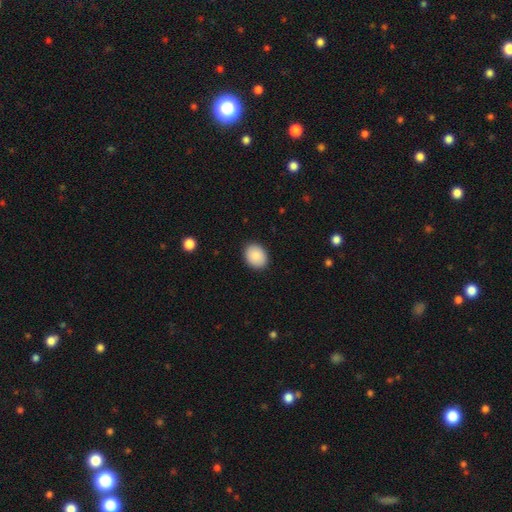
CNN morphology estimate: Smooth or featured?
  - smooth: 87% *
  - star or artifact: 7%
  - featured or disk: 6%
How rounded?
  - in between: 57% *
  - round: 42%
  - cigar-shaped: 1%
Merging?
  - none: 90% *
  - minor disturbance: 7%
  - major disturbance: 2%
  - merger: 1%